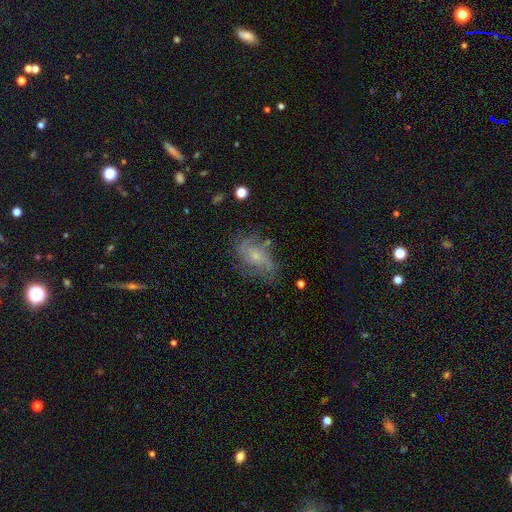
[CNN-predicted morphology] A featured or disk galaxy (69%) with no bar (74%), 2 (39%) medium (40%) spiral arms (84%) and a small central bulge (72%).

Vote fractions:
- Smooth or featured? featured or disk: 69% / smooth: 22% / star or artifact: 9%
- Edge-on disk? no: 96% / yes: 4%
- Bar? no: 74% / weak: 22% / strong: 4%
- Spiral arms? yes: 84% / no: 16%
- Spiral winding? medium: 40% / loose: 36% / tight: 24%
- Spiral arm count? 2: 39% / can't tell: 31% / 3: 14% / 4: 6% / 1: 5% / more than 4: 4%
- Bulge size? small: 72% / moderate: 21% / none: 4% / large: 1% / dominant: 1%
- Merging? none: 58% / minor disturbance: 24% / major disturbance: 15% / merger: 3%